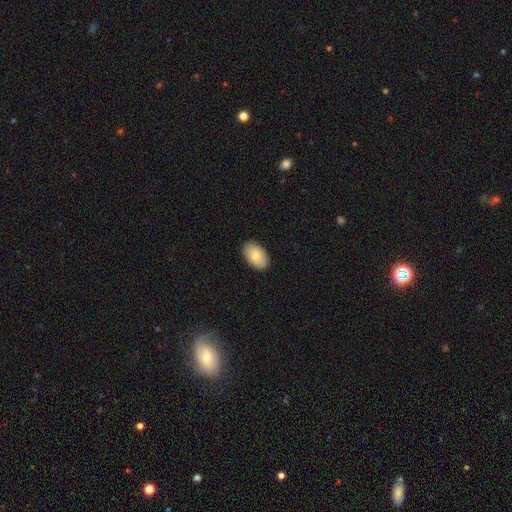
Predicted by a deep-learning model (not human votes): This is likely a smooth galaxy (79%). How rounded: clearly in between (92%). Merging: clearly none (89%).